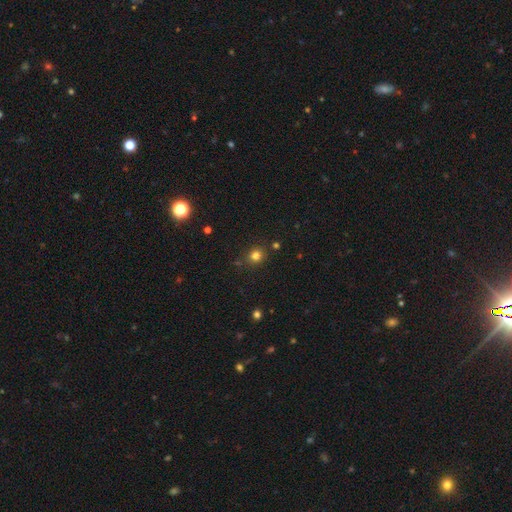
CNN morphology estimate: smooth 78%, star or artifact 16%, featured or disk 6%. Down the decision tree: how rounded — round (83%); merging — none (83%).